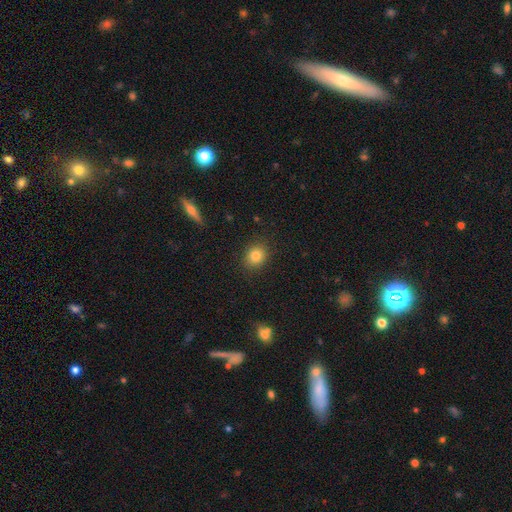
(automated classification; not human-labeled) Smooth or featured: smooth — 82% (star or artifact — 11%)
How rounded: round — 70% (in between — 29%)
Merging: none — 88% (minor disturbance — 8%)